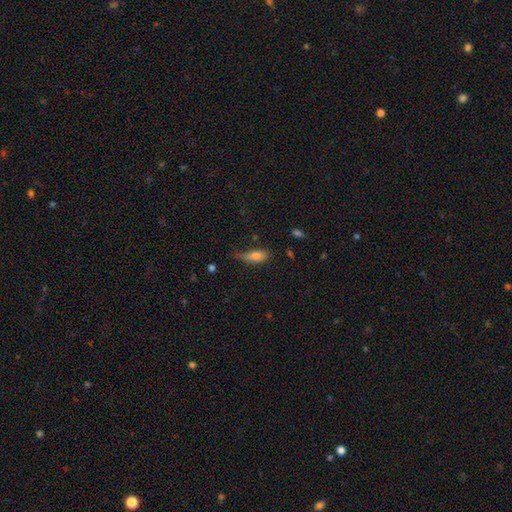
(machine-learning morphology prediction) A smooth galaxy with no disk features (77%) that is in between round and cigar-shaped (72%). Merging: none (43%).